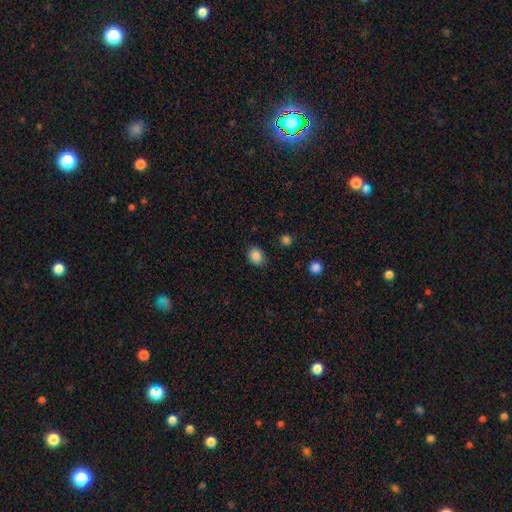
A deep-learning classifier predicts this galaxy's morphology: Smooth or featured: smooth — 86% (star or artifact — 10%)
How rounded: in between — 52% (round — 47%)
Merging: none — 83% (minor disturbance — 13%)